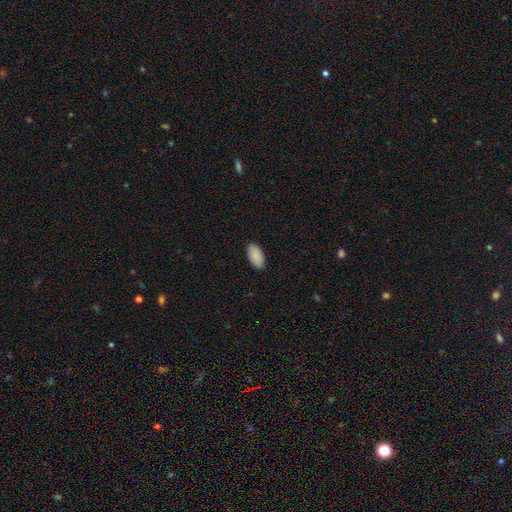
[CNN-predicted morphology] smooth 89%, star or artifact 6%, featured or disk 5%. Down the decision tree: how rounded — in between (95%); merging — none (88%).